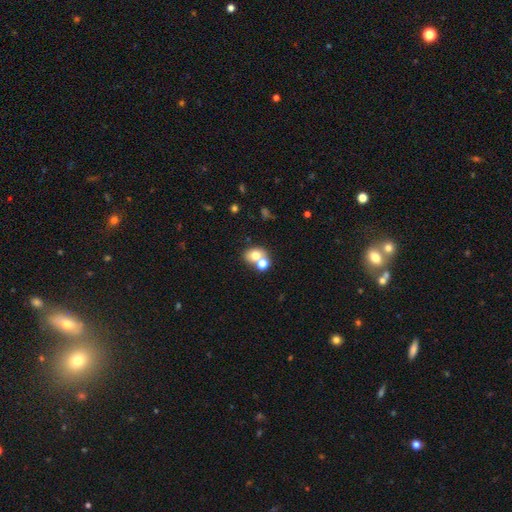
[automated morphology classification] A smooth galaxy with no disk features (70%) that is round (53%).

Vote fractions:
- Smooth or featured? smooth: 70% / featured or disk: 17% / star or artifact: 14%
- How rounded? round: 53% / in between: 46% / cigar-shaped: 1%
- Merging? merger: 44% (tied) / none: 44% (tied) / minor disturbance: 8% / major disturbance: 4%